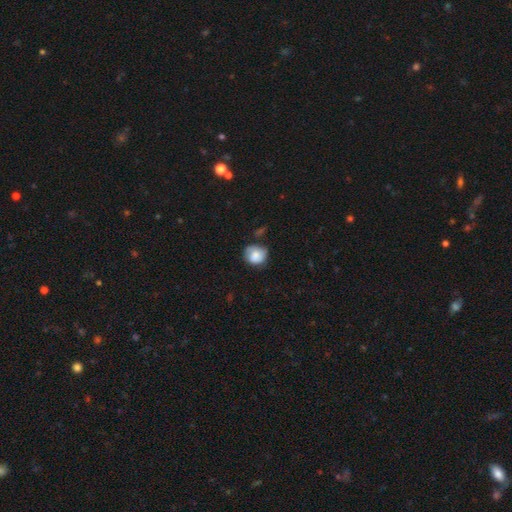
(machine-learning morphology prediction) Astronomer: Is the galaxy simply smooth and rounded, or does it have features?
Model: smooth — 73%.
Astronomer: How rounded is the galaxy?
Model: round — 76%.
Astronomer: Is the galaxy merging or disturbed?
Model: none — 57%.